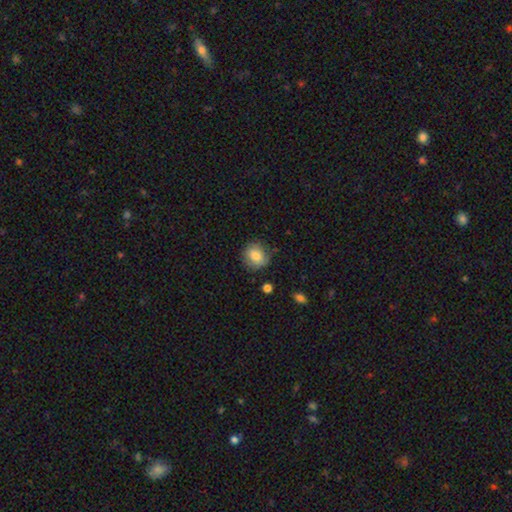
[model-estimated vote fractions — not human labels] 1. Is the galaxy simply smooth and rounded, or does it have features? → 82% smooth, 10% featured or disk, 8% star or artifact.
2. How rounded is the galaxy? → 74% round, 25% in between, 1% cigar-shaped.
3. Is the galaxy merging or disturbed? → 76% none, 18% minor disturbance, 4% major disturbance, 2% merger.